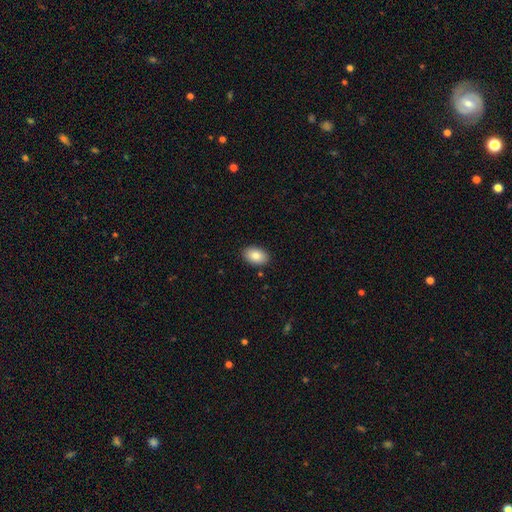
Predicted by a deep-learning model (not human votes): Smooth or featured?
  - smooth: 86% *
  - featured or disk: 7%
  - star or artifact: 7%
How rounded?
  - in between: 90% *
  - round: 9%
  - cigar-shaped: 1%
Merging?
  - none: 88% *
  - minor disturbance: 8%
  - major disturbance: 2%
  - merger: 1%